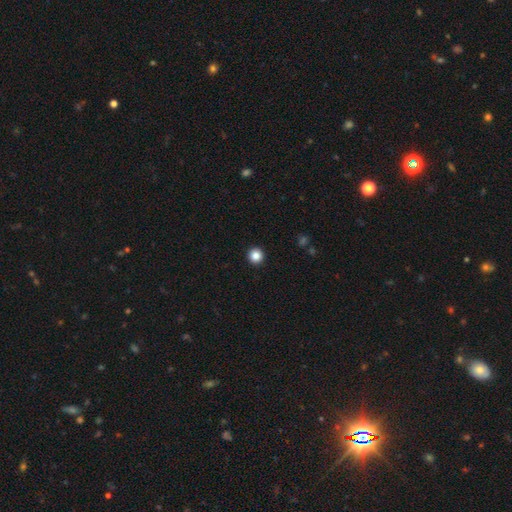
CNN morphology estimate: smooth_or_featured: smooth (p=0.85) [alt: star or artifact p=0.11]
how_rounded: round (p=0.96) [alt: in between p=0.04]
merging: none (p=0.94) [alt: minor disturbance p=0.04]